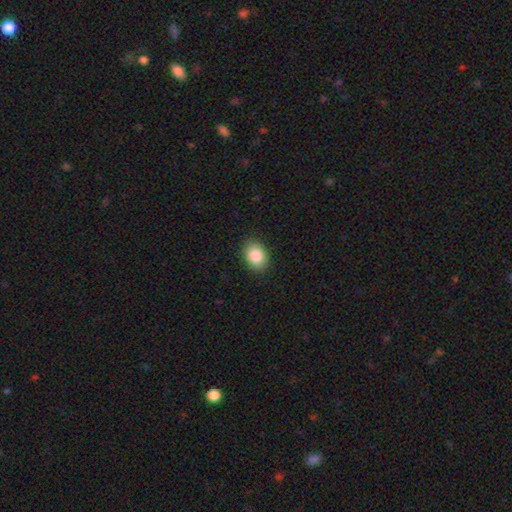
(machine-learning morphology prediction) smooth-or-featured: smooth: 86% | star or artifact: 8% | featured or disk: 6%
  how-rounded: in between: 69% | round: 30% | cigar-shaped: 1%
  merging: none: 89% | minor disturbance: 8% | major disturbance: 2% | merger: 1%